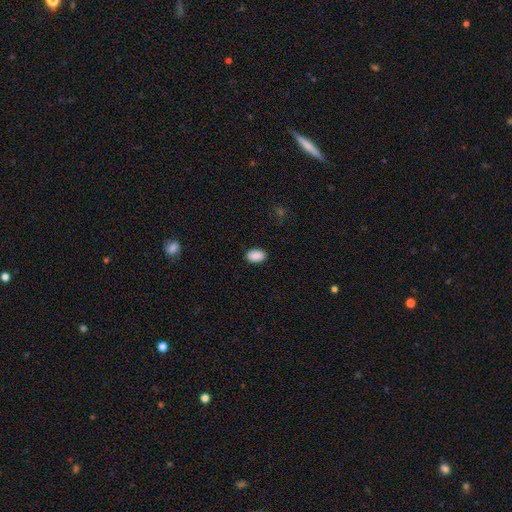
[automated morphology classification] Q: Smooth or featured?
A: smooth (90%); runner-up: star or artifact (7%)
Q: How rounded?
A: in between (90%); runner-up: round (9%)
Q: Merging?
A: none (88%); runner-up: minor disturbance (9%)